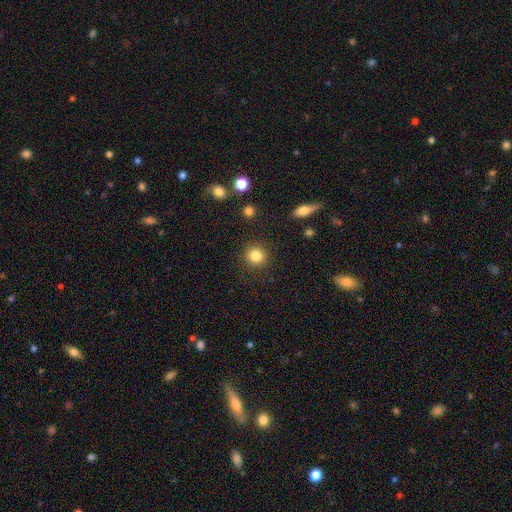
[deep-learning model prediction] Smooth or featured? Predicted: smooth (p=0.84). How rounded? Predicted: round (p=0.90). Merging? Predicted: none (p=0.90).